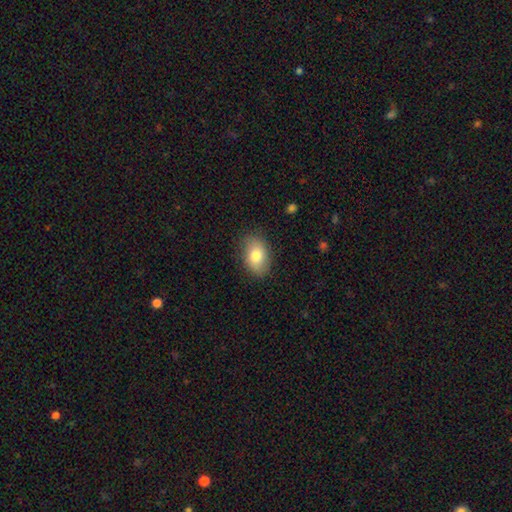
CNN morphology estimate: This is likely a smooth galaxy (79%). How rounded: clearly in between (86%). Merging: clearly none (85%).